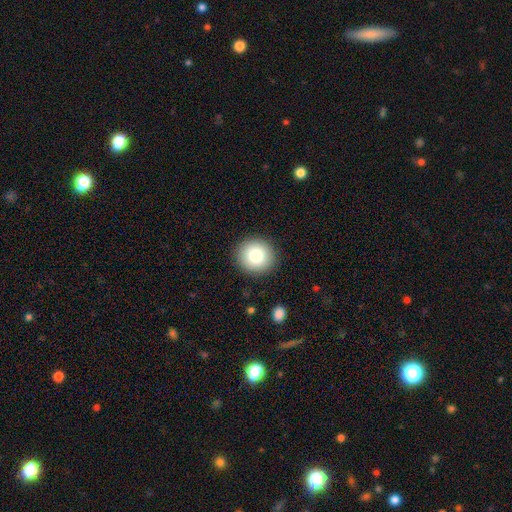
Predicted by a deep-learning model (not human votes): Smooth or featured: smooth — 84% (star or artifact — 9%)
How rounded: round — 91% (in between — 8%)
Merging: none — 91% (minor disturbance — 6%)